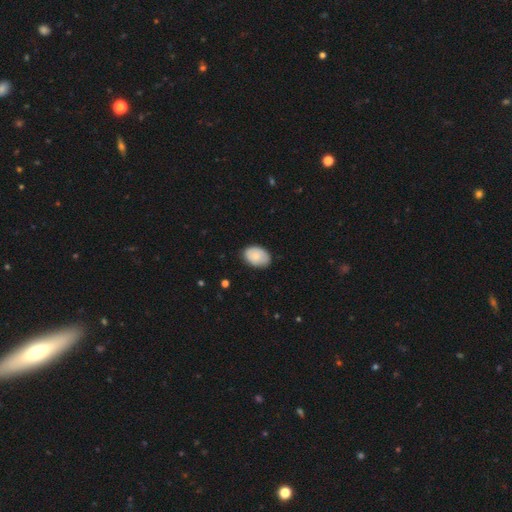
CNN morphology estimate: smooth 79%, featured or disk 15%, star or artifact 6%. Down the decision tree: how rounded — in between (84%); merging — none (82%).